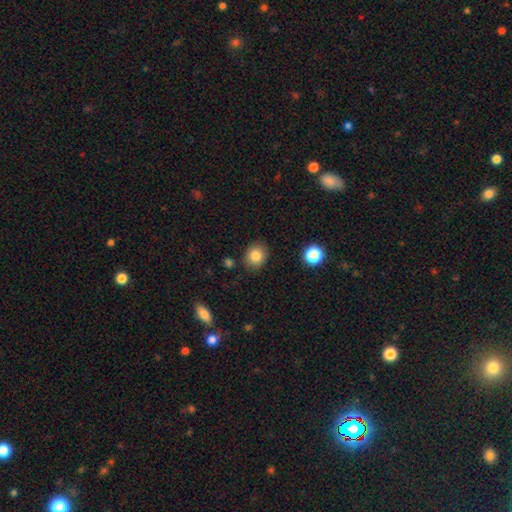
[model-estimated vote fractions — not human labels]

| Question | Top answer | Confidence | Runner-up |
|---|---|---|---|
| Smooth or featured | smooth | 83% | star or artifact (10%) |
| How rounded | round | 72% | in between (27%) |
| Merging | none | 86% | minor disturbance (9%) |